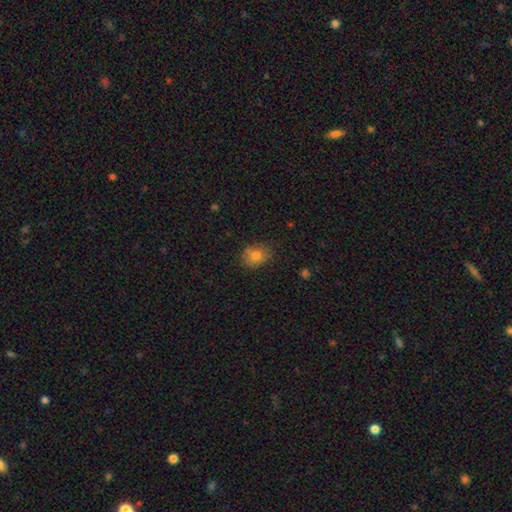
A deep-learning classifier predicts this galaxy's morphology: smooth 79%, star or artifact 11%, featured or disk 10%. Down the decision tree: how rounded — in between (50%); merging — none (75%).